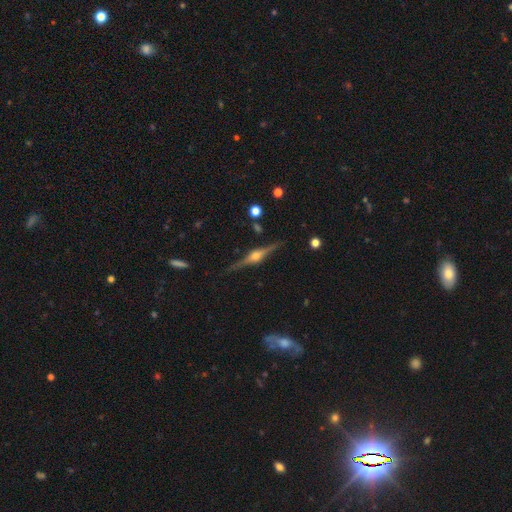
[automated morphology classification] Smooth or featured?
  - featured or disk: 86% *
  - smooth: 8%
  - star or artifact: 6%
Edge-on disk?
  - yes: 98% *
  - no: 2%
Edge-on bulge?
  - rounded: 90% *
  - boxy: 8%
  - none: 2%
Merging?
  - none: 88% *
  - minor disturbance: 8%
  - major disturbance: 2%
  - merger: 1%